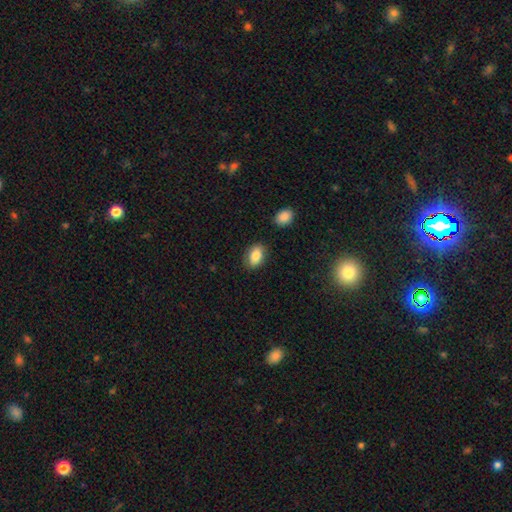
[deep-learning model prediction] smooth-or-featured: smooth: 85% | star or artifact: 8% | featured or disk: 7%
  how-rounded: in between: 86% | round: 12% | cigar-shaped: 2%
  merging: none: 83% | minor disturbance: 12% | major disturbance: 3% | merger: 2%